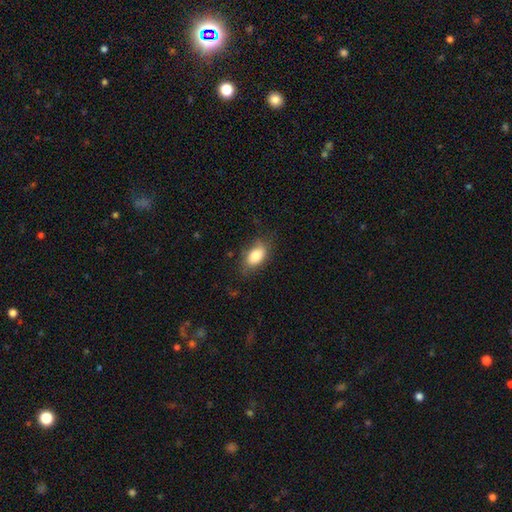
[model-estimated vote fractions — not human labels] Q: Smooth or featured?
A: smooth (81%); runner-up: featured or disk (12%)
Q: How rounded?
A: in between (89%); runner-up: round (9%)
Q: Merging?
A: none (72%); runner-up: minor disturbance (21%)